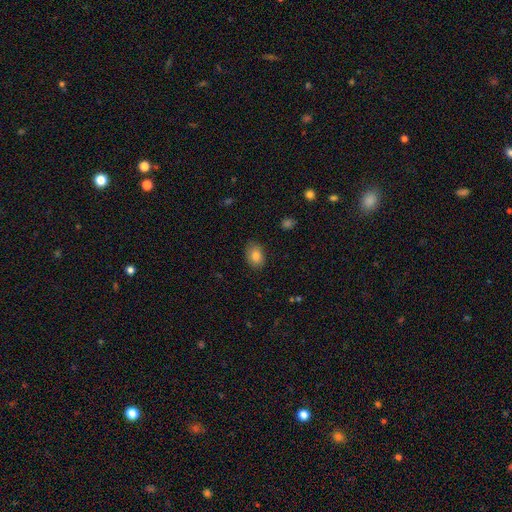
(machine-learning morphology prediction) smooth 83%, star or artifact 9%, featured or disk 8%. Down the decision tree: how rounded — in between (78%); merging — none (81%).